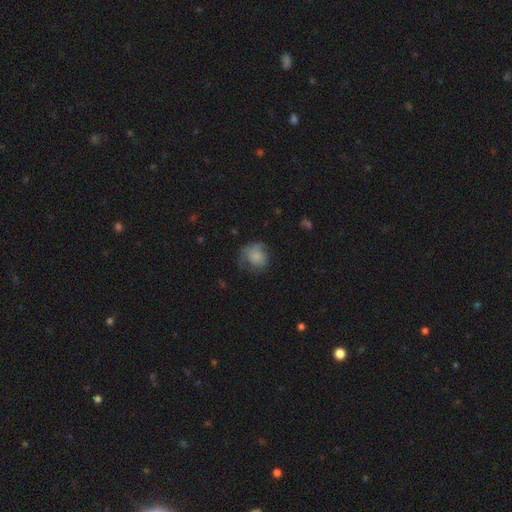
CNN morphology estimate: Q: Smooth or featured?
A: smooth (75%); runner-up: featured or disk (16%)
Q: How rounded?
A: round (69%); runner-up: in between (30%)
Q: Merging?
A: none (45%); runner-up: minor disturbance (32%)